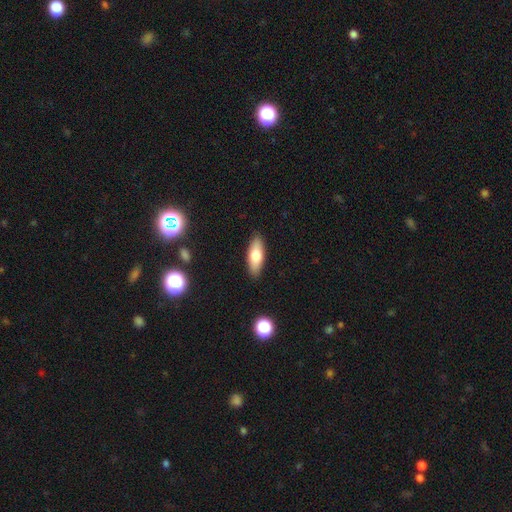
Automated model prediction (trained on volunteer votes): smooth 73%, featured or disk 20%, star or artifact 6%. Down the decision tree: how rounded — in between (73%); merging — none (89%).